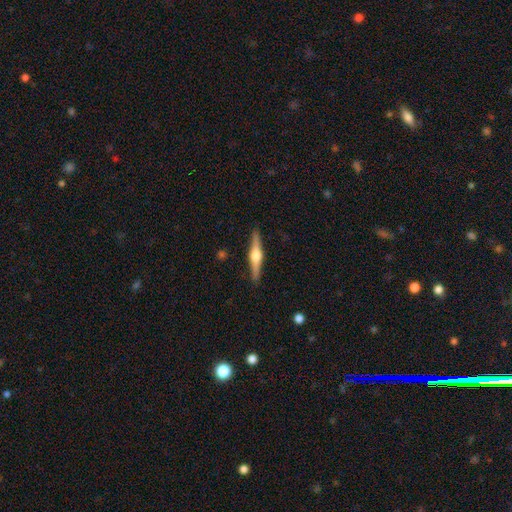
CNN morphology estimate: Smooth or featured?
  - featured or disk: 75% *
  - smooth: 20%
  - star or artifact: 5%
Edge-on disk?
  - yes: 98% *
  - no: 2%
Edge-on bulge?
  - rounded: 95% *
  - boxy: 4%
  - none: 2%
Merging?
  - none: 91% *
  - minor disturbance: 7%
  - major disturbance: 1%
  - merger: 1%